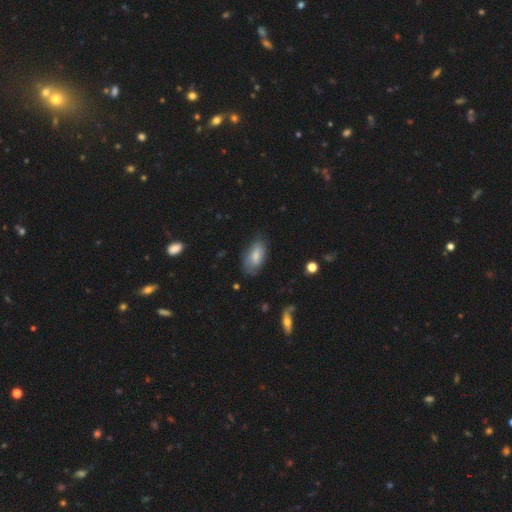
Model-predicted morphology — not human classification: Overall: smooth (74%). How rounded: in between (90%). Merging: none (70%).